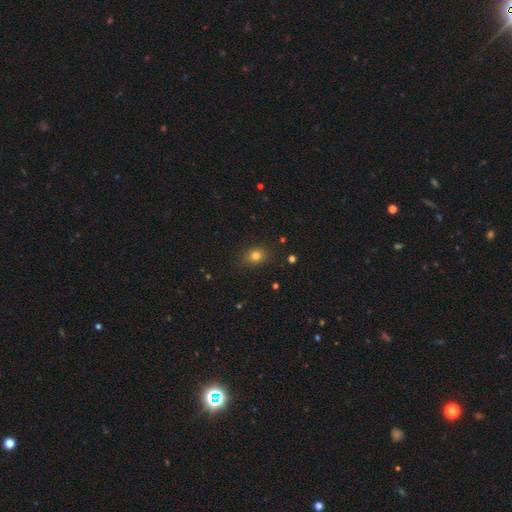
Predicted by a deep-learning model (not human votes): smooth-or-featured: smooth: 79% | star or artifact: 14% | featured or disk: 7%
  how-rounded: round: 55% | in between: 44% | cigar-shaped: 1%
  merging: none: 85% | minor disturbance: 11% | major disturbance: 3% | merger: 1%